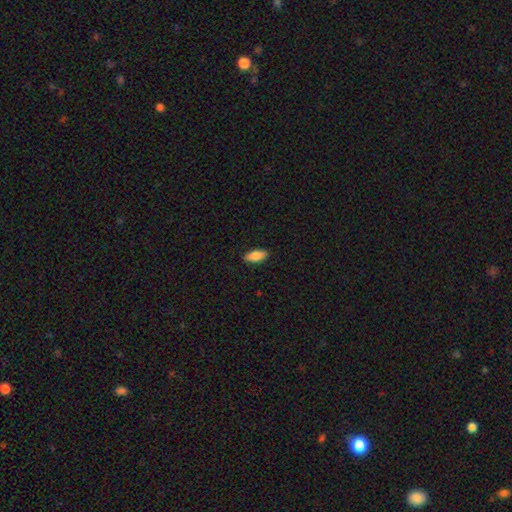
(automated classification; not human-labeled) Morphology: type=smooth (85%); roundness=in between (81%); merging=none (88%).